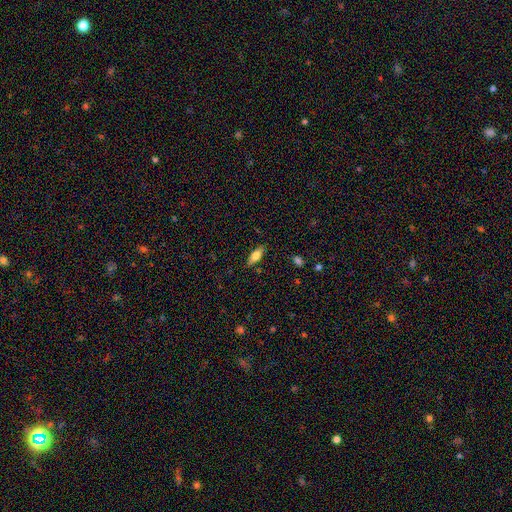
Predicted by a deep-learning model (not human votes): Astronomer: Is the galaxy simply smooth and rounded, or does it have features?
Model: smooth — 67%.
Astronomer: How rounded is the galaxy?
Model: in between — 69%.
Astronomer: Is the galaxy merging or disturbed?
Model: none — 85%.